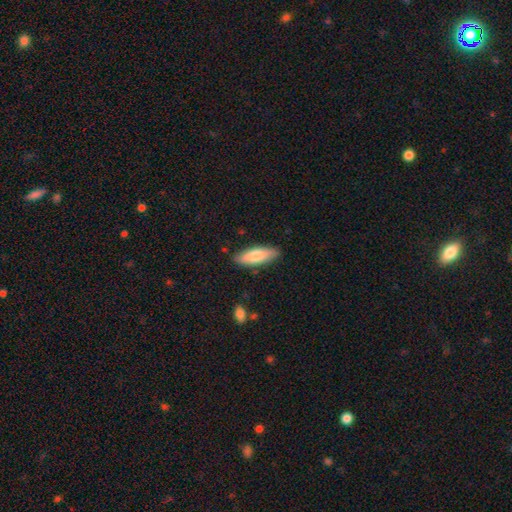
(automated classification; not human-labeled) smooth-or-featured: smooth: 77% | featured or disk: 18% | star or artifact: 6%
  how-rounded: in between: 60% | cigar-shaped: 38% | round: 2%
  merging: none: 84% | minor disturbance: 12% | major disturbance: 2% | merger: 2%